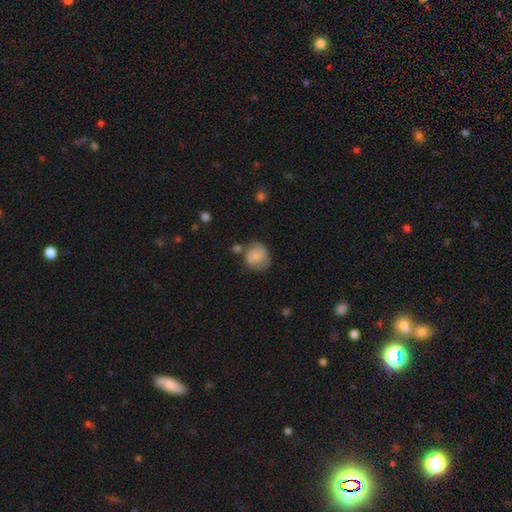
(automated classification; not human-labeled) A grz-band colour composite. It shows a smooth galaxy with no disk features (80%) that is round (75%). Merging: none (52%).